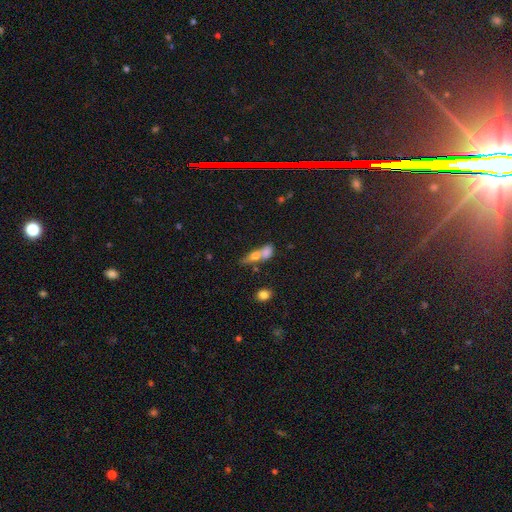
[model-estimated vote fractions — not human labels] smooth 66%, featured or disk 23%, star or artifact 10%. Down the decision tree: how rounded — in between (59%); merging — merger (63%).